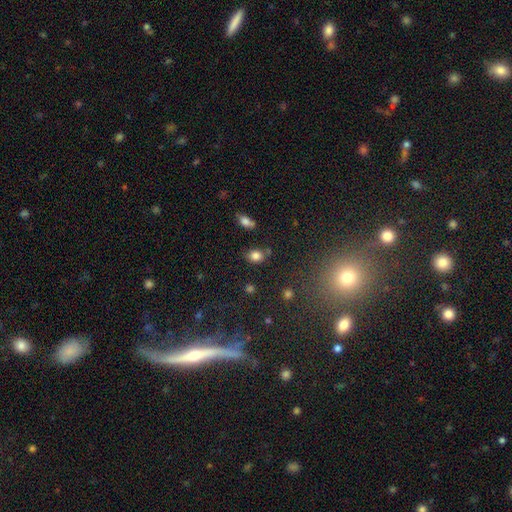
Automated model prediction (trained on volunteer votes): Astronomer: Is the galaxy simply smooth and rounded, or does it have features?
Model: smooth — 82%.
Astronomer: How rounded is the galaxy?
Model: in between — 66%.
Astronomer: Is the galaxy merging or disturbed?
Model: none — 72%.